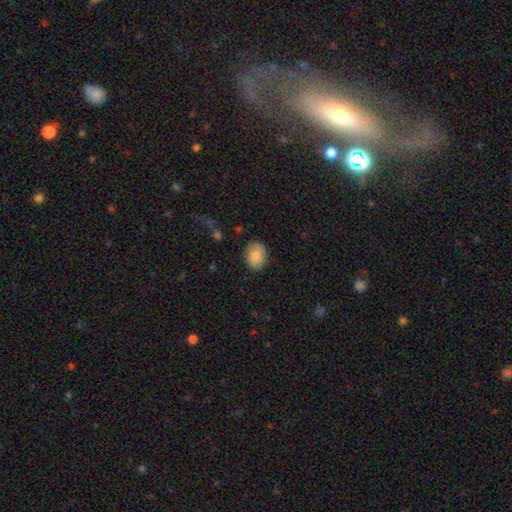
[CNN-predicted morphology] This appears to be a smooth galaxy with no disk features (67%) that is round (51%). Merging: none (78%).